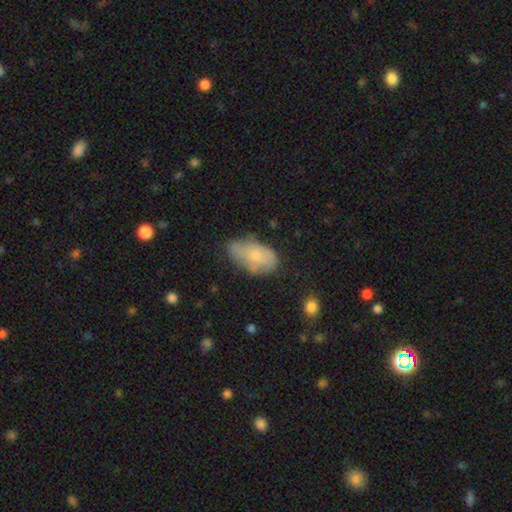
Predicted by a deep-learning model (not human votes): A smooth galaxy with no disk features (65%) that is in between round and cigar-shaped (92%).

Vote fractions:
- Smooth or featured? smooth: 65% / featured or disk: 28% / star or artifact: 7%
- How rounded? in between: 92% / round: 5% / cigar-shaped: 2%
- Merging? none: 50% / minor disturbance: 36% / major disturbance: 10% / merger: 3%